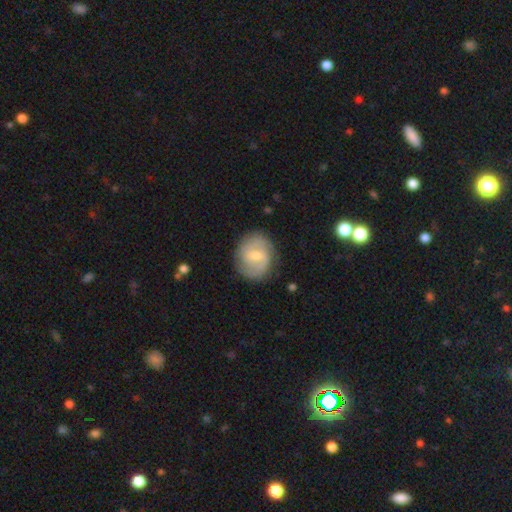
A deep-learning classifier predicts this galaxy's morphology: Q: Smooth or featured?
A: featured or disk (62%); runner-up: smooth (32%)
Q: Edge-on disk?
A: no (97%); runner-up: yes (3%)
Q: Bar?
A: weak (62%); runner-up: no (25%)
Q: Spiral arms?
A: yes (84%); runner-up: no (16%)
Q: Spiral winding?
A: medium (45%); runner-up: tight (34%)
Q: Spiral arm count?
A: 2 (76%); runner-up: can't tell (14%)
Q: Bulge size?
A: moderate (56%); runner-up: small (37%)
Q: Merging?
A: none (79%); runner-up: minor disturbance (15%)